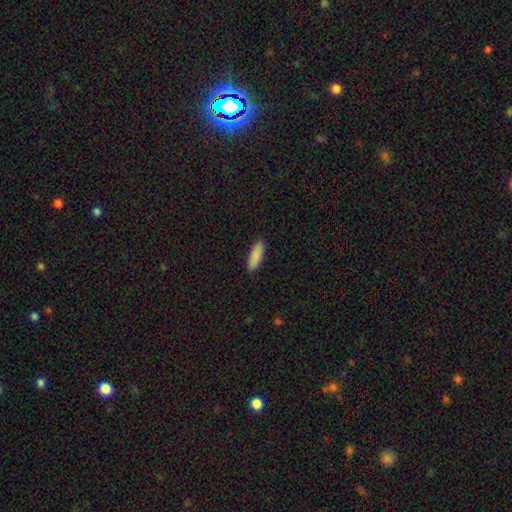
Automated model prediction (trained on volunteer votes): A smooth galaxy with no disk features (89%) that is cigar-shaped (50%).

Vote fractions:
- Smooth or featured? smooth: 89% / star or artifact: 6% / featured or disk: 5%
- How rounded? cigar-shaped: 50% / in between: 49% / round: 2%
- Merging? none: 90% / minor disturbance: 8% / major disturbance: 2% / merger: 1%